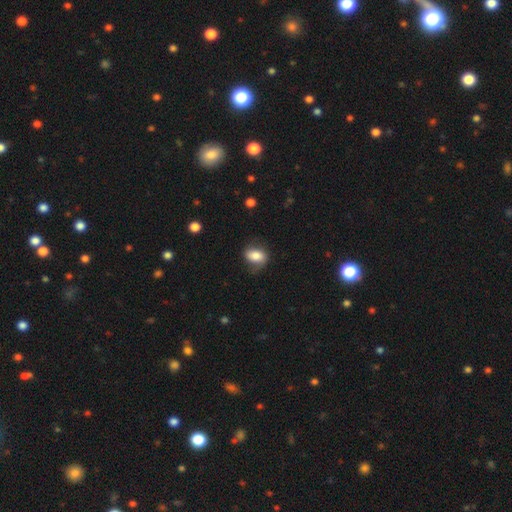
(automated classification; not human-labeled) Q: Smooth or featured?
A: smooth (76%); runner-up: featured or disk (16%)
Q: How rounded?
A: in between (78%); runner-up: round (20%)
Q: Merging?
A: none (64%); runner-up: minor disturbance (25%)